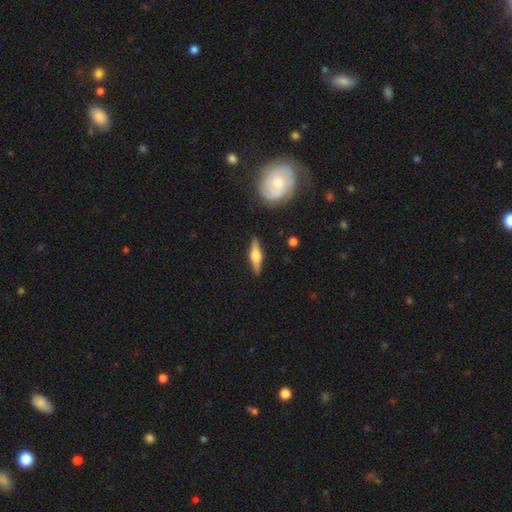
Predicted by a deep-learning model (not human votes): Smooth or featured?
  - featured or disk: 65% *
  - smooth: 29%
  - star or artifact: 6%
Edge-on disk?
  - yes: 95% *
  - no: 5%
Edge-on bulge?
  - rounded: 91% *
  - boxy: 7%
  - none: 2%
Merging?
  - none: 88% *
  - minor disturbance: 9%
  - major disturbance: 2%
  - merger: 2%